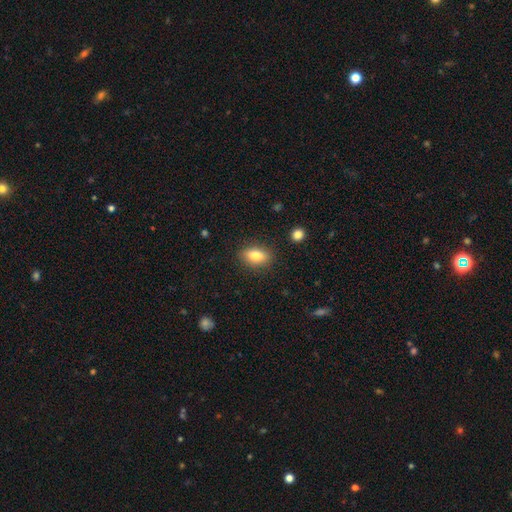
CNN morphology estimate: Smooth or featured? Predicted: smooth (p=0.80). How rounded? Predicted: in between (p=0.83). Merging? Predicted: none (p=0.86).